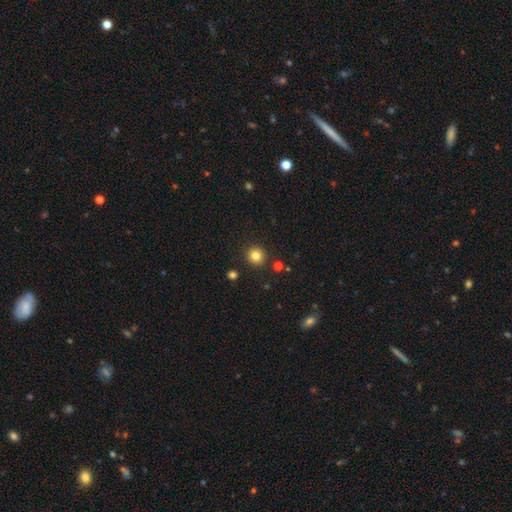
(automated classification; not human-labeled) smooth-or-featured: smooth: 83% | star or artifact: 12% | featured or disk: 5%
  how-rounded: round: 93% | in between: 7% | cigar-shaped: 1%
  merging: none: 90% | minor disturbance: 5% | merger: 2% | major disturbance: 2%